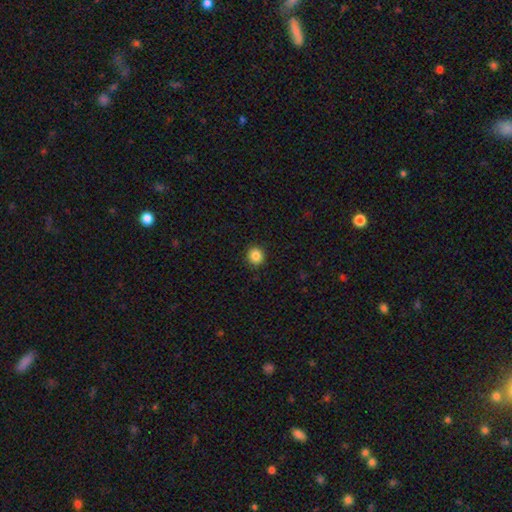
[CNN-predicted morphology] A smooth galaxy with no disk features (86%) that is round (88%).

Vote fractions:
- Smooth or featured? smooth: 86% / star or artifact: 10% / featured or disk: 4%
- How rounded? round: 88% / in between: 11% / cigar-shaped: 1%
- Merging? none: 92% / minor disturbance: 5% / major disturbance: 2% / merger: 1%